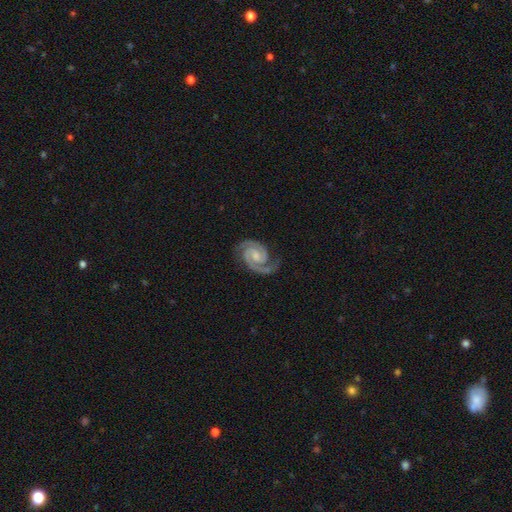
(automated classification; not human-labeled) smooth-or-featured: featured or disk: 93% | star or artifact: 4% | smooth: 3%
  disk-edge-on: no: 98% | yes: 2%
    bar: no: 48% | weak: 41% | strong: 11%
    has-spiral-arms: yes: 99% | no: 1%
      spiral-winding: tight: 58% | medium: 38% | loose: 4%
      spiral-arm-count: 2: 94% | 3: 2% | can't tell: 1% | 1: 1% | 4: 1% | more than 4: 1%
    bulge-size: moderate: 45% | small: 36% | none: 15% | large: 3% | dominant: 1%
  merging: none: 80% | minor disturbance: 15% | major disturbance: 4% | merger: 1%